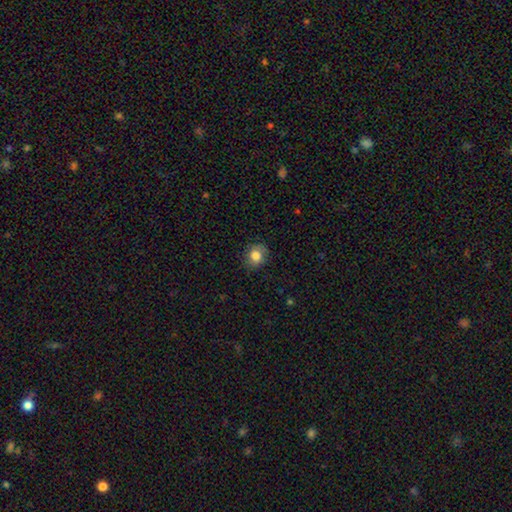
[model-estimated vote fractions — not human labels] smooth 80%, featured or disk 10%, star or artifact 9%. Down the decision tree: how rounded — round (70%); merging — none (79%).